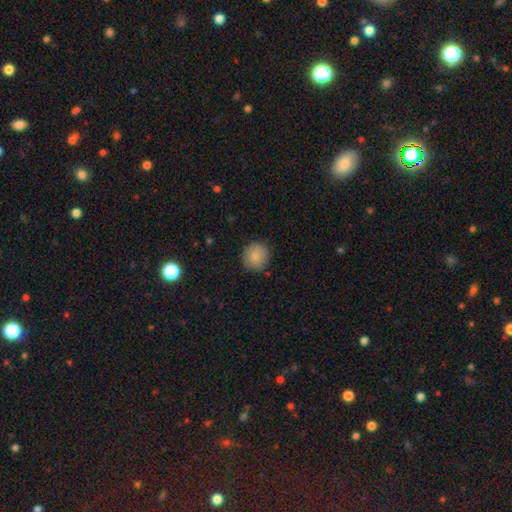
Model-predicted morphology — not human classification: type=smooth (84%); roundness=round (93%); merging=none (88%).